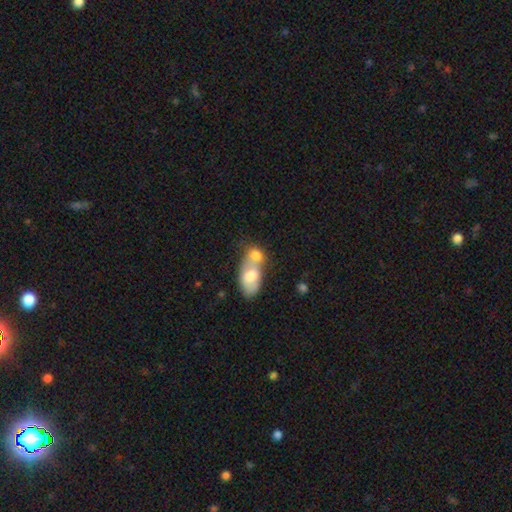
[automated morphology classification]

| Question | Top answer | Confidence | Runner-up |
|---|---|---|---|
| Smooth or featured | smooth | 73% | featured or disk (21%) |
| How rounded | in between | 79% | round (18%) |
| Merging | merger | 71% | none (17%) |